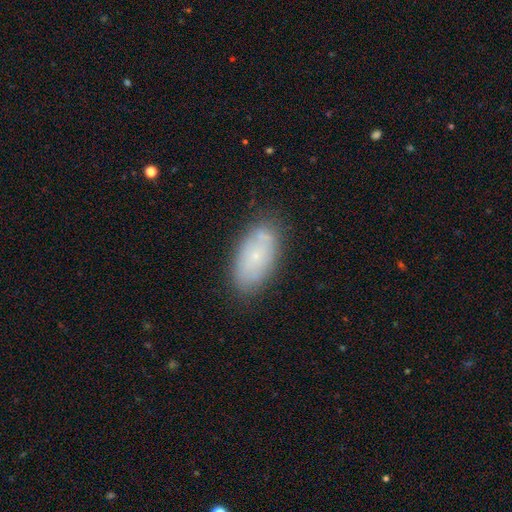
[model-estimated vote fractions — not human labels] Q: Smooth or featured?
A: smooth (58%); runner-up: featured or disk (33%)
Q: How rounded?
A: in between (92%); runner-up: round (4%)
Q: Merging?
A: none (75%); runner-up: minor disturbance (17%)